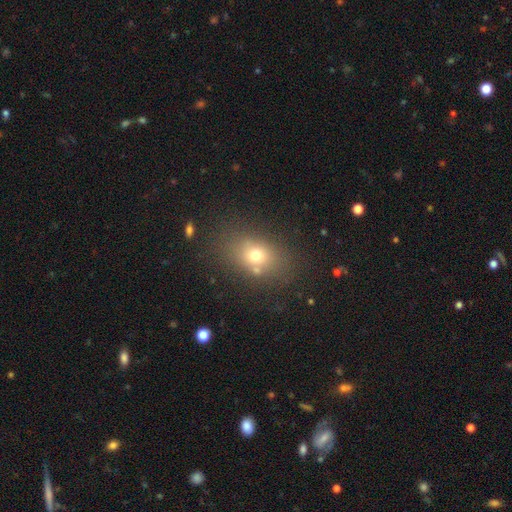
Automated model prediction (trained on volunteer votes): Smooth or featured? smooth (69%)
How rounded? in between (63%)
Merging? none (74%)